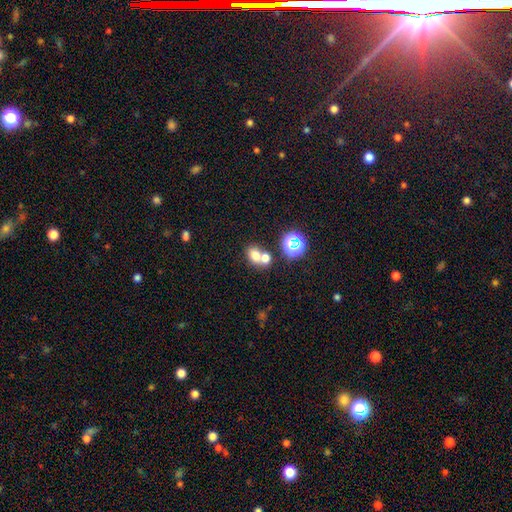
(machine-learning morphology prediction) A smooth galaxy with no disk features (69%) that is in between round and cigar-shaped (51%). Merging: merger (49%).